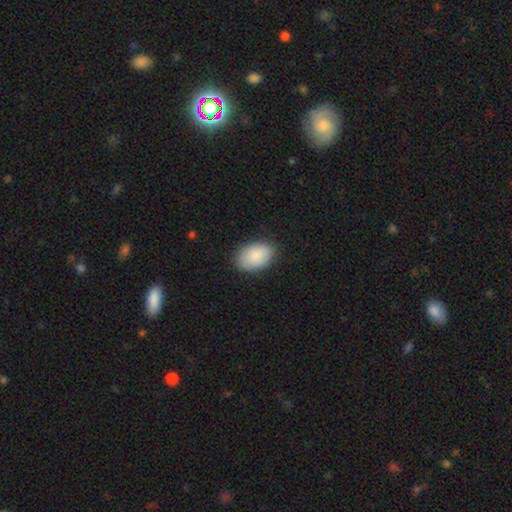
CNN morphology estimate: type=smooth (88%); roundness=in between (89%); merging=none (85%).